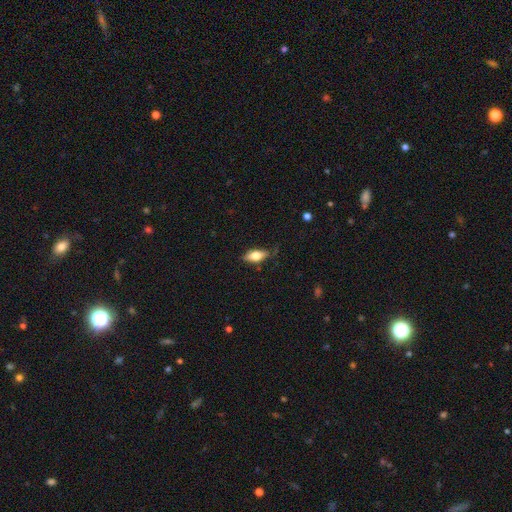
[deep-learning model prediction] Smooth or featured? smooth (70%)
How rounded? in between (84%)
Merging? none (69%)